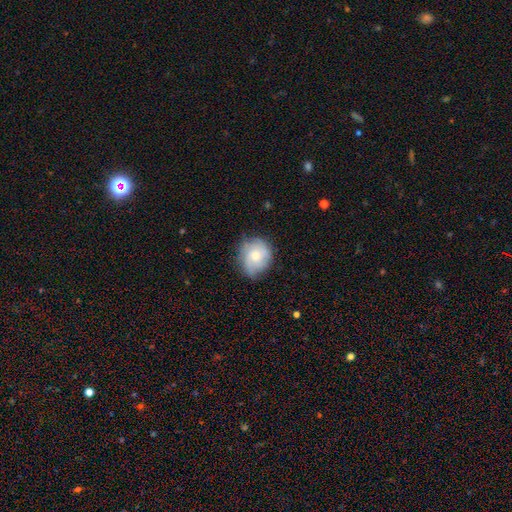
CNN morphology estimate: smooth 53%, featured or disk 40%, star or artifact 8%. Down the decision tree: how rounded — round (71%); merging — none (66%).